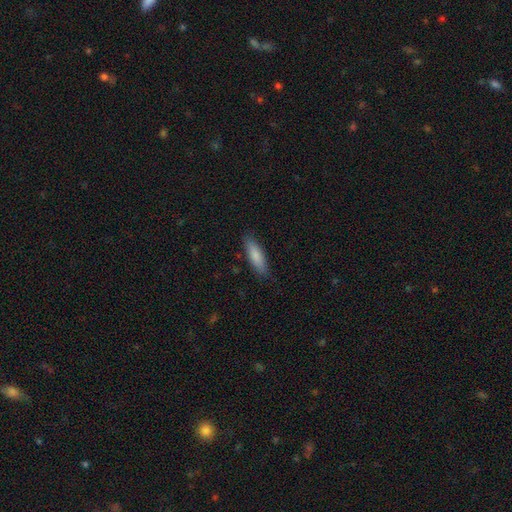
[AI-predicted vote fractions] Morphology: type=smooth (82%); roundness=cigar-shaped (61%); merging=none (86%).